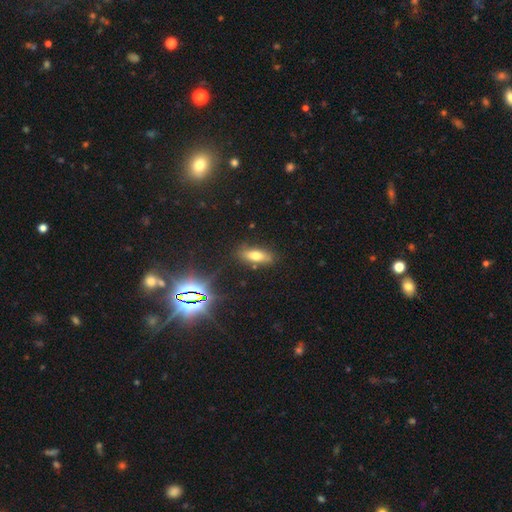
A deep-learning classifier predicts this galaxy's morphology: smooth-or-featured: smooth: 68% | featured or disk: 18% | star or artifact: 14%
  how-rounded: in between: 70% | cigar-shaped: 27% | round: 4%
  merging: none: 81% | minor disturbance: 13% | major disturbance: 3% | merger: 3%